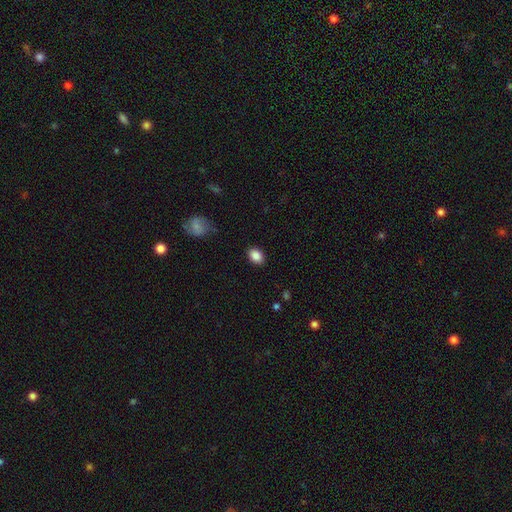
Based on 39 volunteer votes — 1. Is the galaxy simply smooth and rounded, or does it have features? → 85% smooth, 10% star or artifact, 5% featured or disk.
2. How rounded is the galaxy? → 88% in between, 12% round, 0% cigar-shaped.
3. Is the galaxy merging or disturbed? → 74% none, 17% minor disturbance, 6% major disturbance, 3% merger.